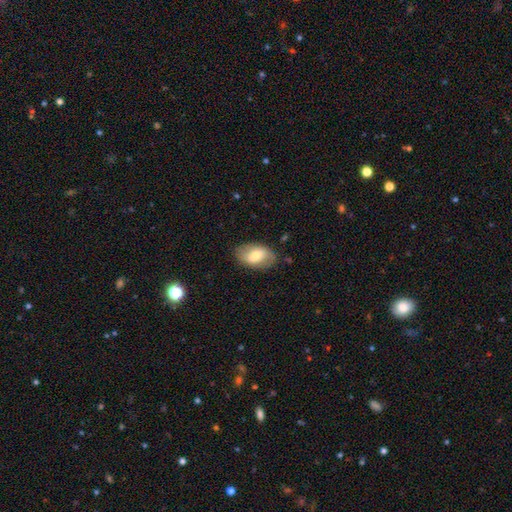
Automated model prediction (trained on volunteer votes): The model was most divided on "smooth or featured": smooth: 64%, featured or disk: 30%, star or artifact: 7%. More confident: how rounded — in between (91%); merging — none (81%).